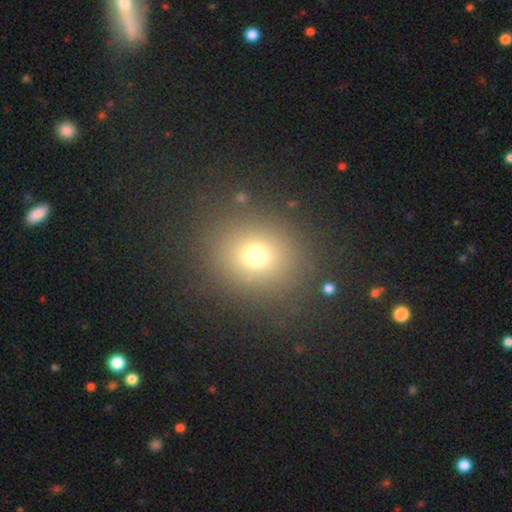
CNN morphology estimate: smooth_or_featured: smooth (p=0.71) [alt: star or artifact p=0.20]
how_rounded: round (p=0.77) [alt: in between p=0.22]
merging: none (p=0.85) [alt: minor disturbance p=0.08]